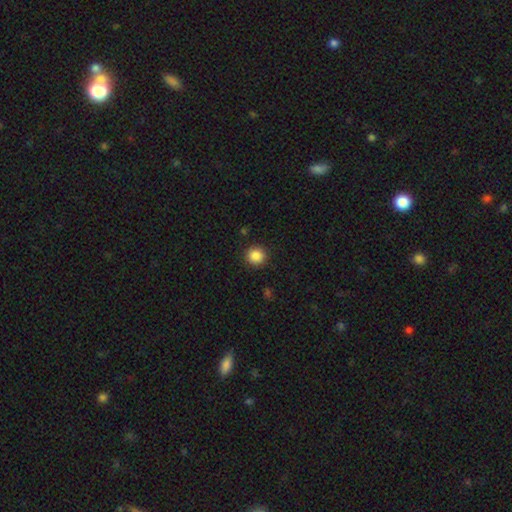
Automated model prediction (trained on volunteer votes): A smooth galaxy with no disk features (87%) that is round (93%). Merging: none (91%).